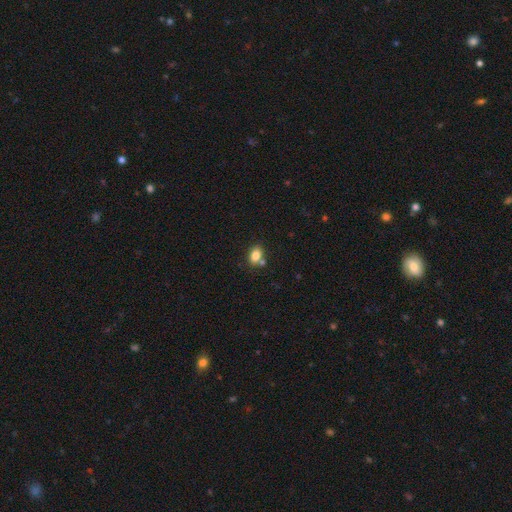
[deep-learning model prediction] Morphology: type=smooth (83%); roundness=in between (76%); merging=none (68%).